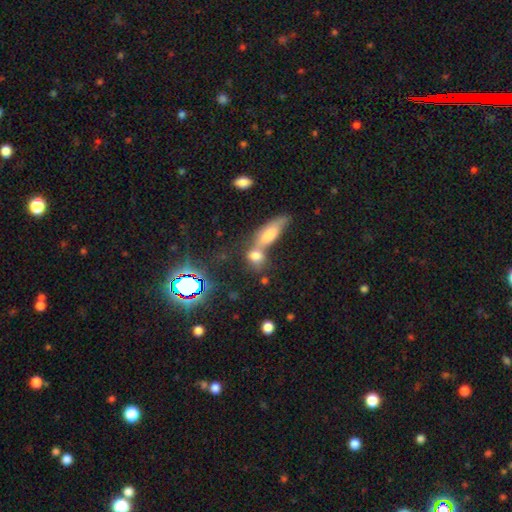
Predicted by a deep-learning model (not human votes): smooth_or_featured: smooth (p=0.70) [alt: star or artifact p=0.16]
how_rounded: in between (p=0.57) [alt: round p=0.30]
merging: merger (p=0.57) [alt: none p=0.30]